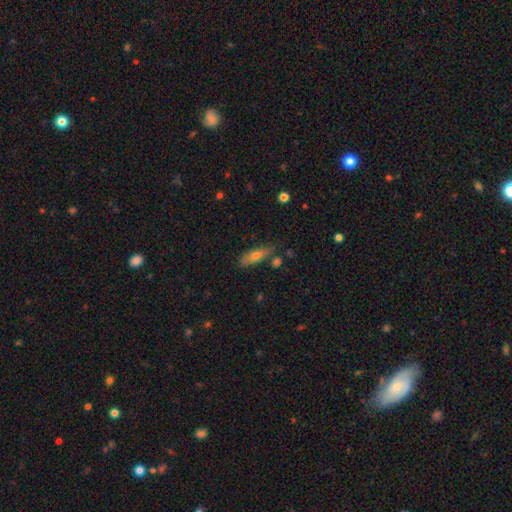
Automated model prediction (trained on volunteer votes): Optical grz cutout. It shows a smooth galaxy with no disk features (66%) that is in between round and cigar-shaped (53%). Merging: none (71%).